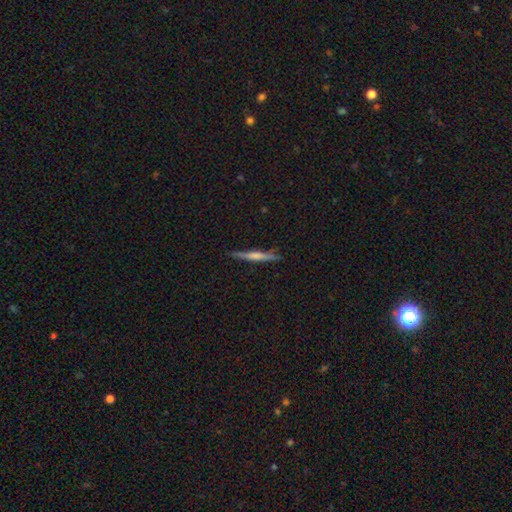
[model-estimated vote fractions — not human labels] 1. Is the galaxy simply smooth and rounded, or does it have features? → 65% featured or disk, 28% smooth, 7% star or artifact.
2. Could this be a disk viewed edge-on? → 98% yes, 2% no.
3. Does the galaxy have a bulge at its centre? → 62% rounded, 26% none, 12% boxy.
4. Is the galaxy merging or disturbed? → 90% none, 7% minor disturbance, 1% major disturbance, 1% merger.